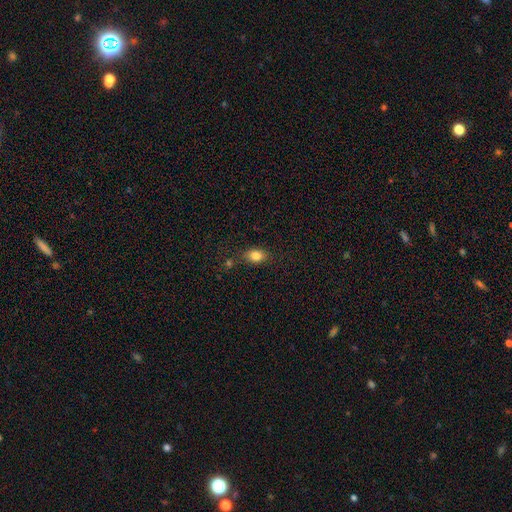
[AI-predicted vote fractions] A smooth galaxy with no disk features (83%) that is in between round and cigar-shaped (75%). Merging: none (76%).